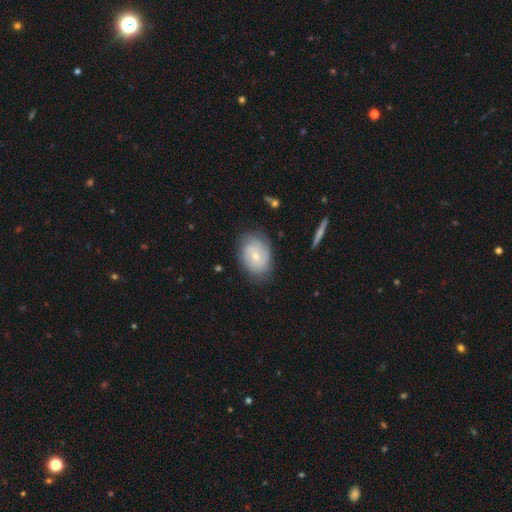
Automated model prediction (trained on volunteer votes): A featured or disk galaxy (63%) with no bar (55%), tight (54%) spiral arms (85%) and a small central bulge (62%).

Vote fractions:
- Smooth or featured? featured or disk: 63% / smooth: 30% / star or artifact: 7%
- Edge-on disk? no: 95% / yes: 5%
- Bar? no: 55% / weak: 38% / strong: 7%
- Spiral arms? yes: 85% / no: 15%
- Spiral winding? tight: 54% / medium: 33% / loose: 13%
- Spiral arm count? can't tell: 40% / 2: 31% / 3: 15% / 4: 6% / 1: 4% / more than 4: 3%
- Bulge size? small: 62% / moderate: 34% / none: 1% / large: 1% / dominant: 1%
- Merging? none: 74% / minor disturbance: 19% / major disturbance: 5% / merger: 1%